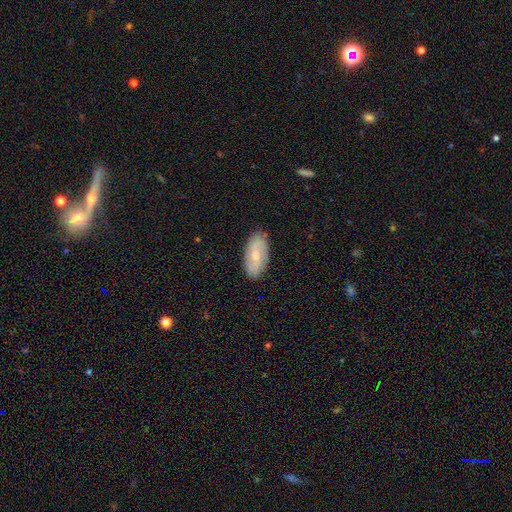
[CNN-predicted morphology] This is possibly a featured or disk galaxy (51%). It is clearly not viewed edge-on (92%). Merging: clearly none (84%).